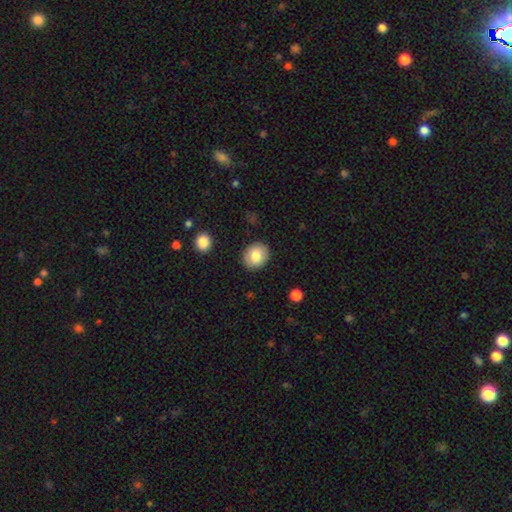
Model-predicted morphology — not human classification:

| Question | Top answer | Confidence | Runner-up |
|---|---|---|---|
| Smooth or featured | smooth | 80% | featured or disk (12%) |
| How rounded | round | 55% | in between (44%) |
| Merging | none | 88% | minor disturbance (8%) |